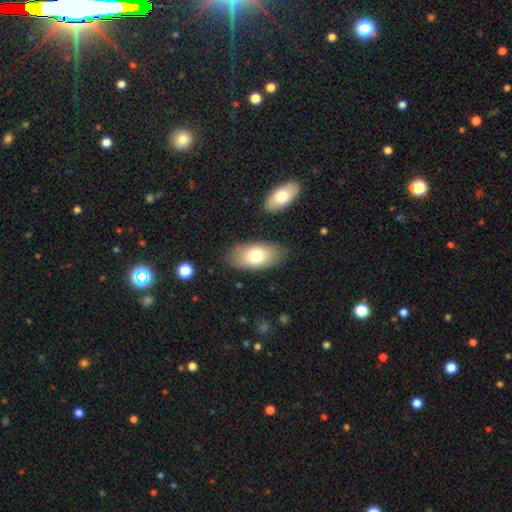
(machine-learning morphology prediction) smooth_or_featured: smooth (p=0.75) [alt: featured or disk p=0.18]
how_rounded: in between (p=0.94) [alt: round p=0.04]
merging: none (p=0.82) [alt: minor disturbance p=0.12]